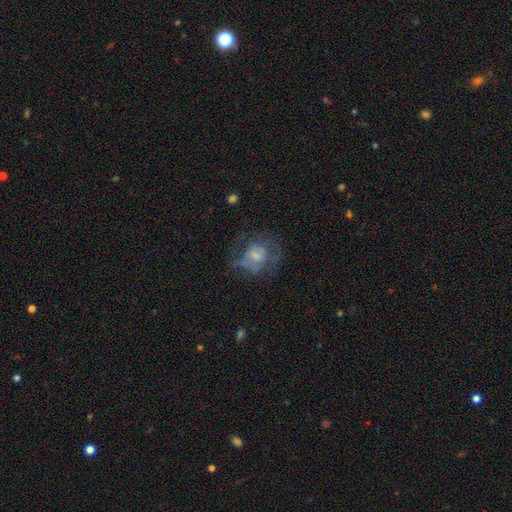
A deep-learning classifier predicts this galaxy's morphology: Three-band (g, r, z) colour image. It shows a featured or disk galaxy (45%). Merging: none (44%).